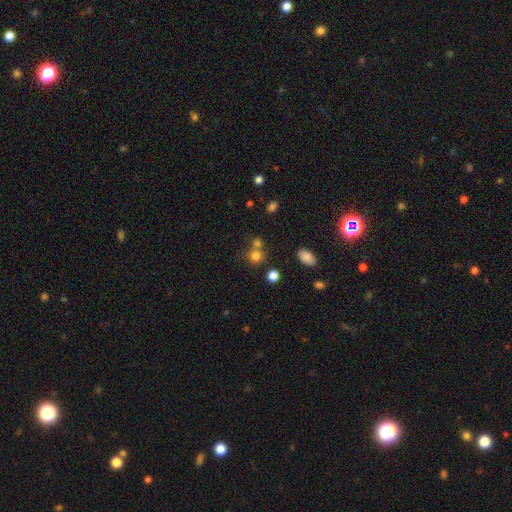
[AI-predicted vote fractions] Morphology: type=smooth (78%); roundness=round (84%); merging=none (58%).